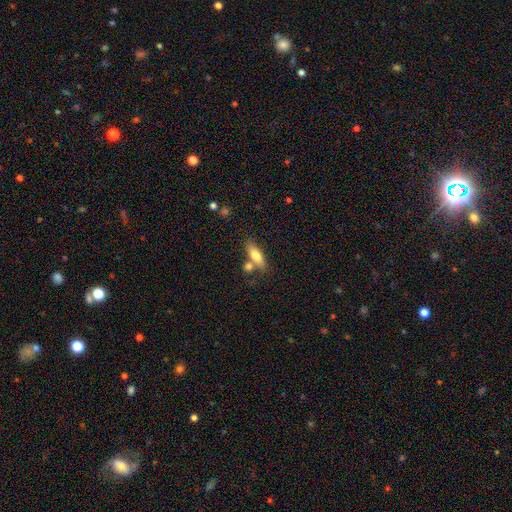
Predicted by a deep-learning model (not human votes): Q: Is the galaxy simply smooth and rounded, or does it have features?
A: smooth — 68%.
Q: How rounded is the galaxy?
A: in between — 56%.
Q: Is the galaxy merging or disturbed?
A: none — 62%.